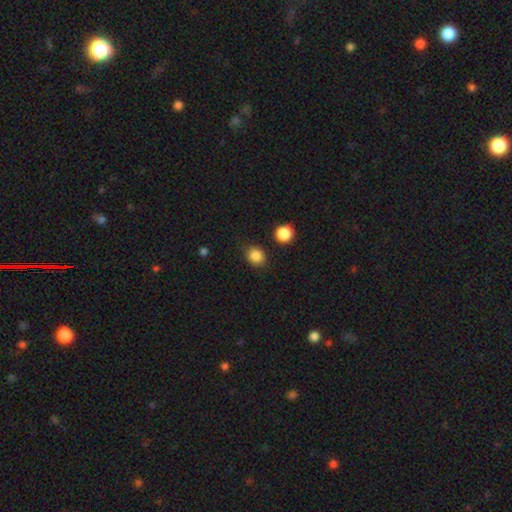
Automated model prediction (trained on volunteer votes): smooth 86%, star or artifact 10%, featured or disk 4%. Down the decision tree: how rounded — round (72%); merging — none (84%).